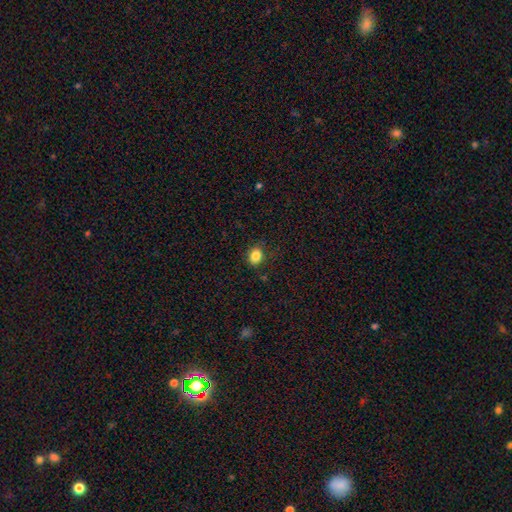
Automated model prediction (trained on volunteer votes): Smooth or featured? smooth (84%)
How rounded? round (56%)
Merging? none (82%)